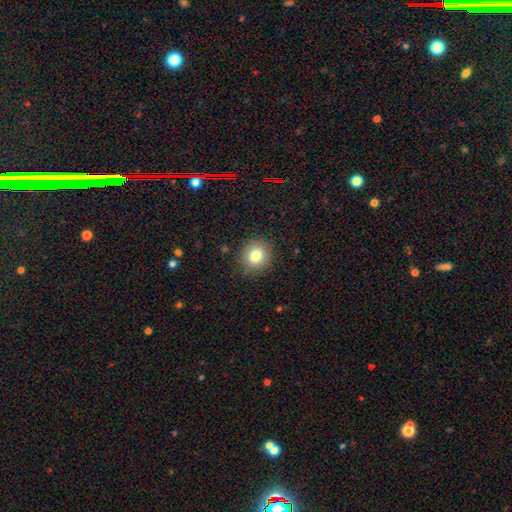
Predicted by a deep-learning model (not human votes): A smooth galaxy with no disk features (80%) that is round (79%).

Vote fractions:
- Smooth or featured? smooth: 80% / star or artifact: 11% / featured or disk: 9%
- How rounded? round: 79% / in between: 20% / cigar-shaped: 1%
- Merging? none: 88% / minor disturbance: 9% / major disturbance: 3% / merger: 1%